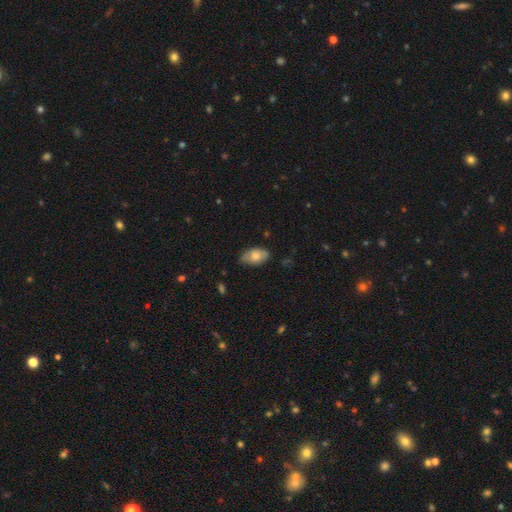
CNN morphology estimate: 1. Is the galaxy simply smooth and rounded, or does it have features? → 72% smooth, 21% featured or disk, 7% star or artifact.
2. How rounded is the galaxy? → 93% in between, 5% round, 2% cigar-shaped.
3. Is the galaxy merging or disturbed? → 74% none, 22% minor disturbance, 4% major disturbance, 1% merger.